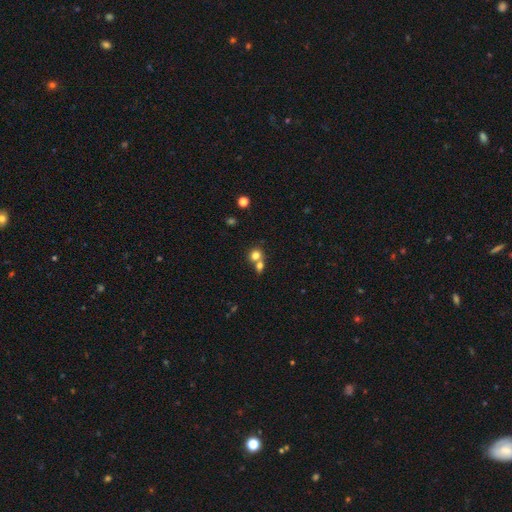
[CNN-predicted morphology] This is likely a smooth galaxy (77%). How rounded: likely round (75%). Merging: possibly merger (51%).